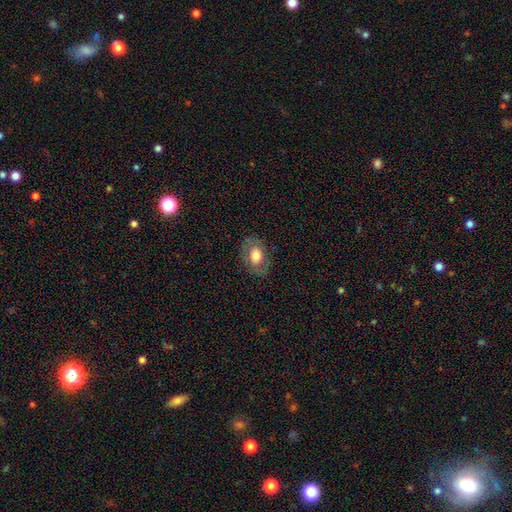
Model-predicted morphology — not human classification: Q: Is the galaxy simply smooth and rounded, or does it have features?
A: smooth — 62%.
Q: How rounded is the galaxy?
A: in between — 79%.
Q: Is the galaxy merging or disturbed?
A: none — 77%.